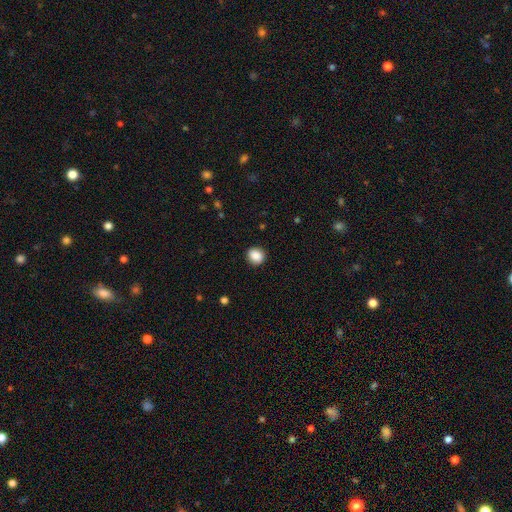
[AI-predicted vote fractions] Overall: smooth (88%). How rounded: round (82%). Merging: none (90%).